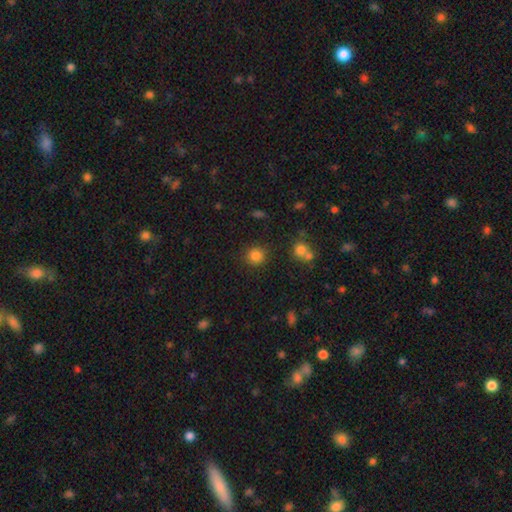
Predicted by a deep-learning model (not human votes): Smooth or featured? Predicted: smooth (p=0.83). How rounded? Predicted: round (p=0.91). Merging? Predicted: none (p=0.87).